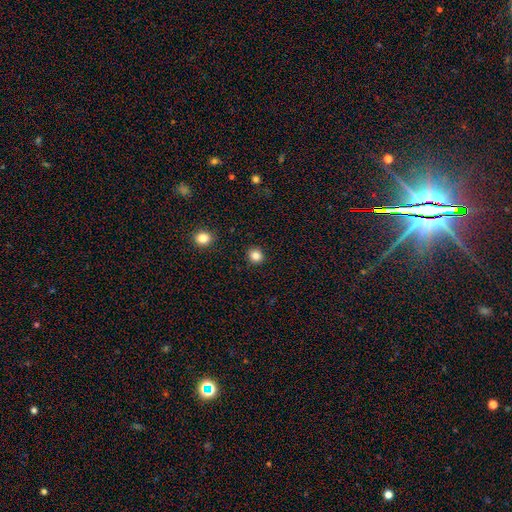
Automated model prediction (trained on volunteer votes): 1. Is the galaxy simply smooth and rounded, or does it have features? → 85% smooth, 11% star or artifact, 4% featured or disk.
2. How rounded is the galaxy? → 86% round, 13% in between, 1% cigar-shaped.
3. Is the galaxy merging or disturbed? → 92% none, 5% minor disturbance, 2% major disturbance, 1% merger.